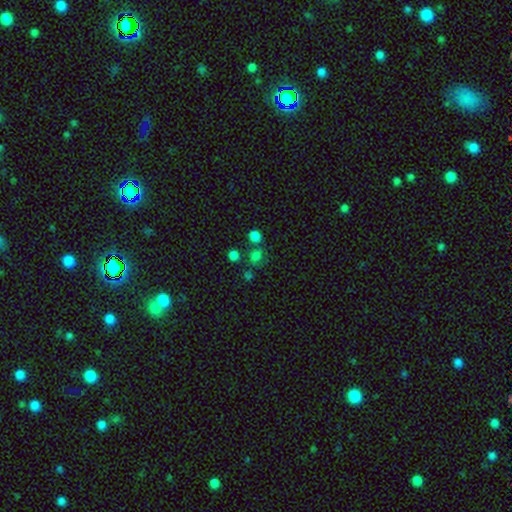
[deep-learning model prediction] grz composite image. It shows a smooth galaxy with no disk features (72%) that is round (65%). Merging: none (60%).